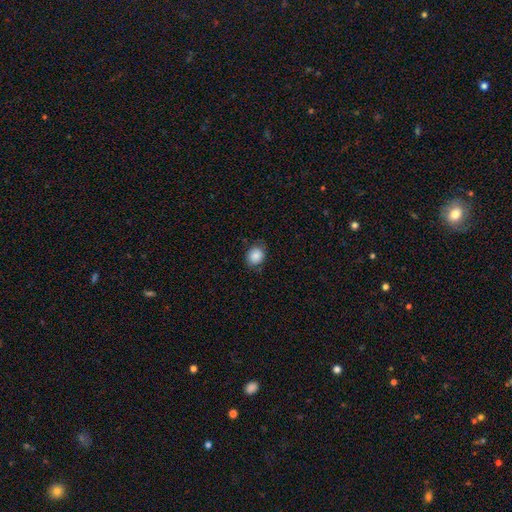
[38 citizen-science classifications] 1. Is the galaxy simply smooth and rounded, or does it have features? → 84% smooth, 13% featured or disk, 3% star or artifact.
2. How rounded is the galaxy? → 81% round, 19% in between, 0% cigar-shaped.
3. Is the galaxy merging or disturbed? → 65% none, 24% minor disturbance, 11% major disturbance, 0% merger.